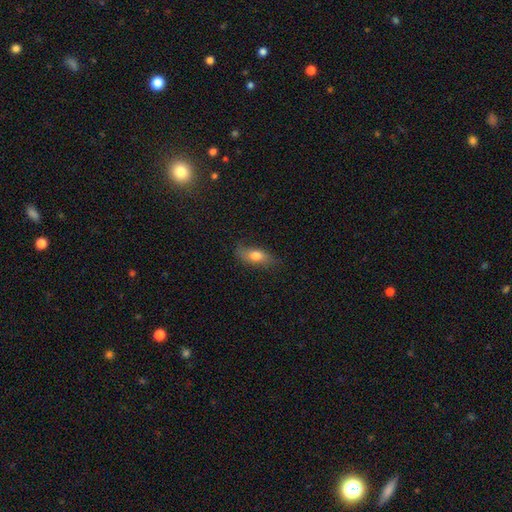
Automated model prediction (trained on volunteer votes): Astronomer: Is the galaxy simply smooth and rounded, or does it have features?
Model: smooth — 71%.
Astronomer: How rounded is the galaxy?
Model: in between — 77%.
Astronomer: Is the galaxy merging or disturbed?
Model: none — 70%.